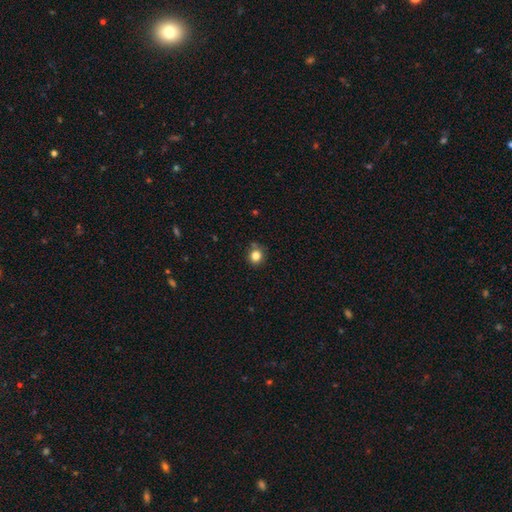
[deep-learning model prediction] Morphology: type=smooth (82%); roundness=round (85%); merging=none (80%).